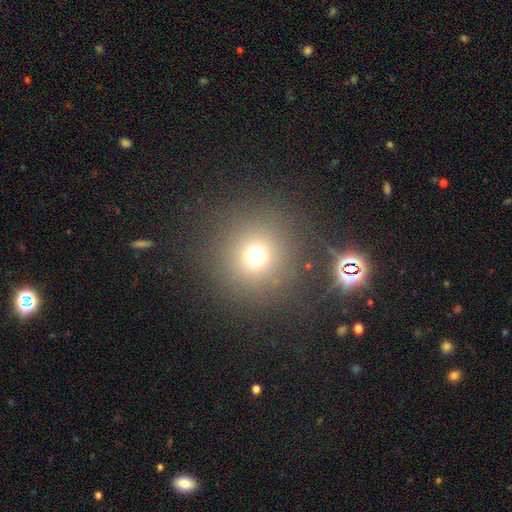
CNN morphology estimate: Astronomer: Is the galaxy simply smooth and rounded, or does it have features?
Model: smooth — 69%.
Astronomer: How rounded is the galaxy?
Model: round — 93%.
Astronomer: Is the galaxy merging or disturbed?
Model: none — 83%.